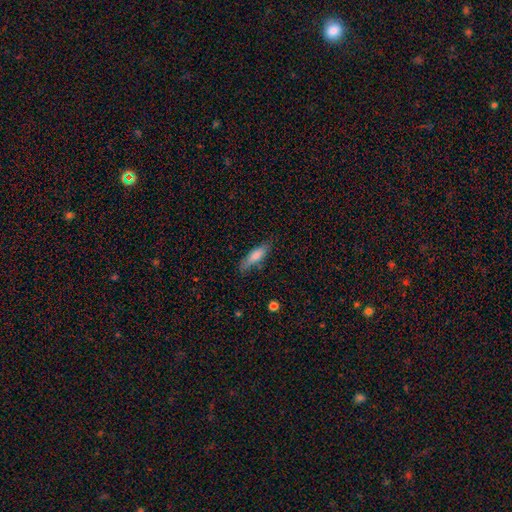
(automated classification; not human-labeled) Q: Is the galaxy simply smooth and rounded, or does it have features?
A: smooth — 75%.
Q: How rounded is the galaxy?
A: cigar-shaped — 61%.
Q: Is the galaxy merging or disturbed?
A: none — 72%.